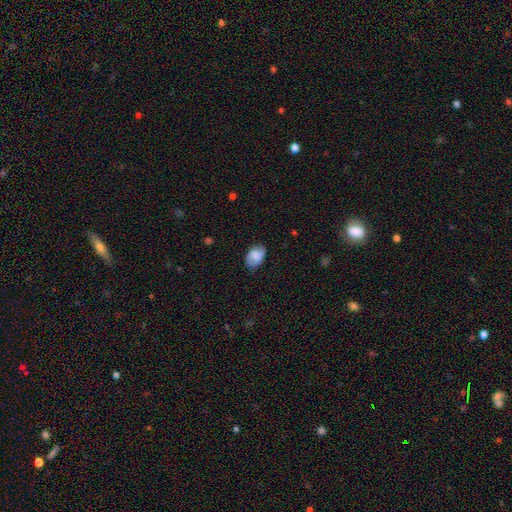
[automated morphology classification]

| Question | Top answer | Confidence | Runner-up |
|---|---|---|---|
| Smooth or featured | smooth | 61% | featured or disk (31%) |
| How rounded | in between | 85% | round (14%) |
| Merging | none | 73% | minor disturbance (21%) |